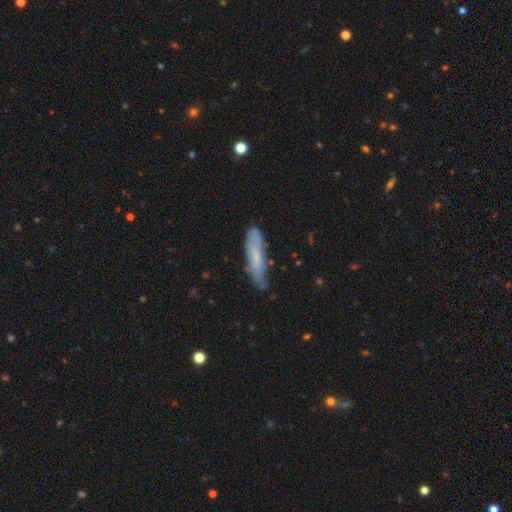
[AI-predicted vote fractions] This is possibly a smooth galaxy (60%). How rounded: likely cigar-shaped (73%). Merging: possibly none (59%).